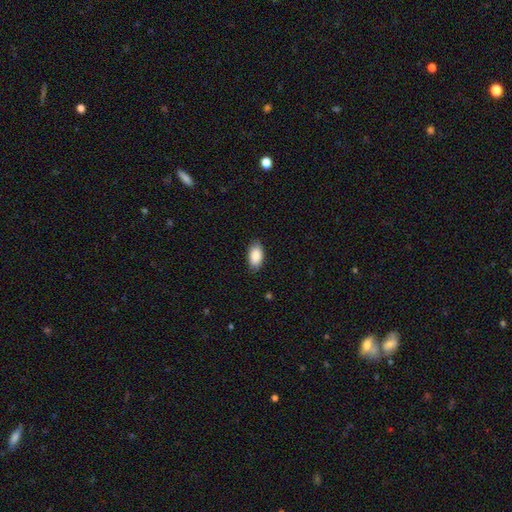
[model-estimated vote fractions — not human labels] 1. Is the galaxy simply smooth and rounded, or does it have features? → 89% smooth, 6% star or artifact, 5% featured or disk.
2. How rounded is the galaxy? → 94% in between, 4% round, 2% cigar-shaped.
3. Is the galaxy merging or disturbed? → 84% none, 12% minor disturbance, 2% major disturbance, 1% merger.